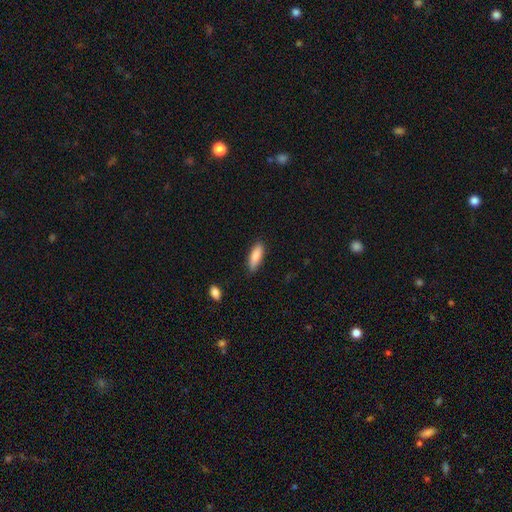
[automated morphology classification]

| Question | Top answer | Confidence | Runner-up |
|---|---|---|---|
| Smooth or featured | smooth | 85% | featured or disk (9%) |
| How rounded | in between | 55% | cigar-shaped (44%) |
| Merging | none | 85% | minor disturbance (12%) |